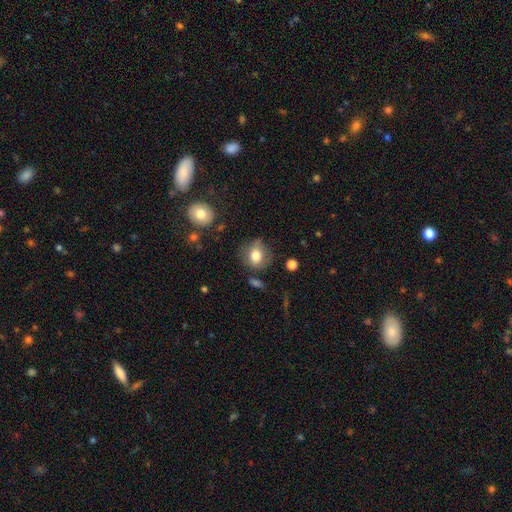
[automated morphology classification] A smooth galaxy with no disk features (77%) that is round (75%).

Vote fractions:
- Smooth or featured? smooth: 77% / featured or disk: 13% / star or artifact: 9%
- How rounded? round: 75% / in between: 24% / cigar-shaped: 1%
- Merging? none: 69% / minor disturbance: 21% / major disturbance: 7% / merger: 3%